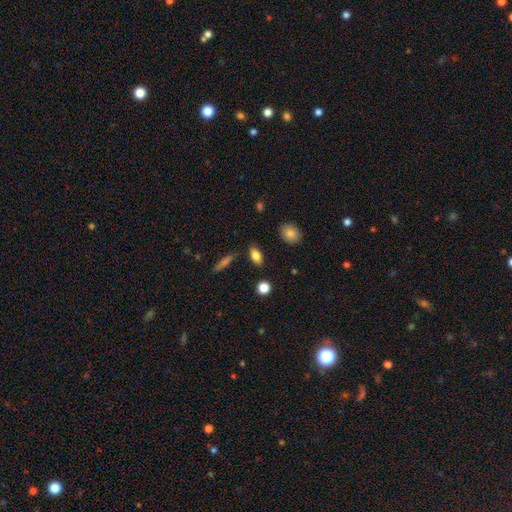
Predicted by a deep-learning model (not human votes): Overall: smooth (81%). How rounded: in between (83%). Merging: none (85%).